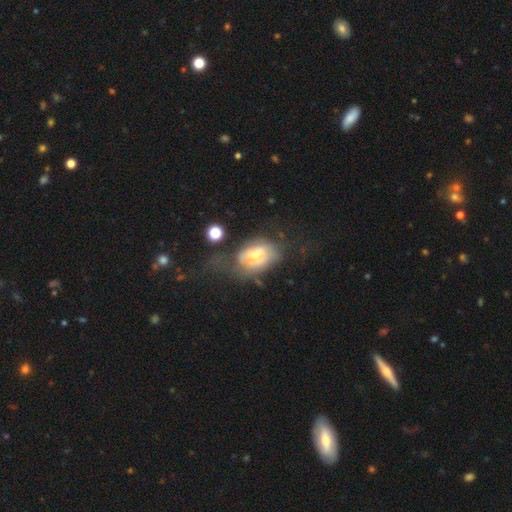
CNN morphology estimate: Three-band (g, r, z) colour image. It shows a smooth galaxy with no disk features (49%). Merging: major disturbance (41%).